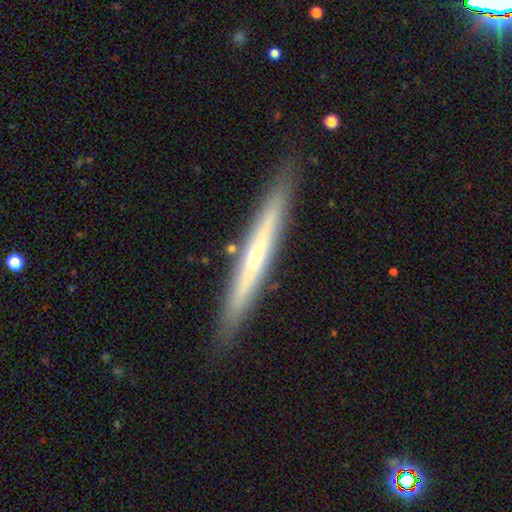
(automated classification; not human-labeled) A featured or disk galaxy (58%) viewed edge-on (95%) with no central bulge (56%). Merging: none (89%).